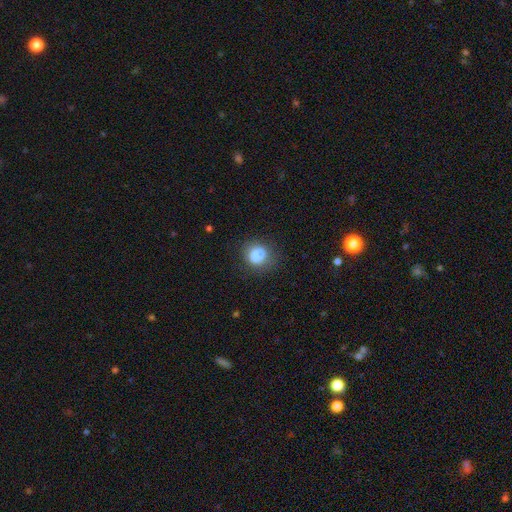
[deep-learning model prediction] smooth_or_featured: smooth (p=0.81) [alt: star or artifact p=0.11]
how_rounded: round (p=0.69) [alt: in between p=0.29]
merging: none (p=0.67) [alt: minor disturbance p=0.19]